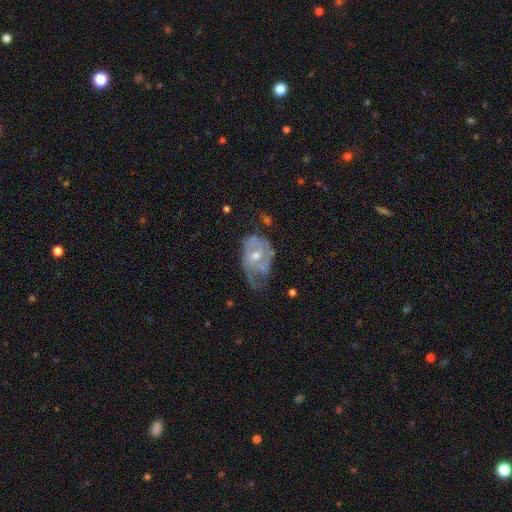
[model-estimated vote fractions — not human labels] smooth-or-featured: featured or disk: 66% | smooth: 26% | star or artifact: 8%
  disk-edge-on: no: 96% | yes: 4%
    bar: no: 77% | weak: 20% | strong: 3%
    has-spiral-arms: yes: 52% | no: 48%
    bulge-size: moderate: 55% | small: 40% | large: 2% | none: 2% | dominant: 1%
  merging: major disturbance: 35% | minor disturbance: 33% | none: 27% | merger: 5%